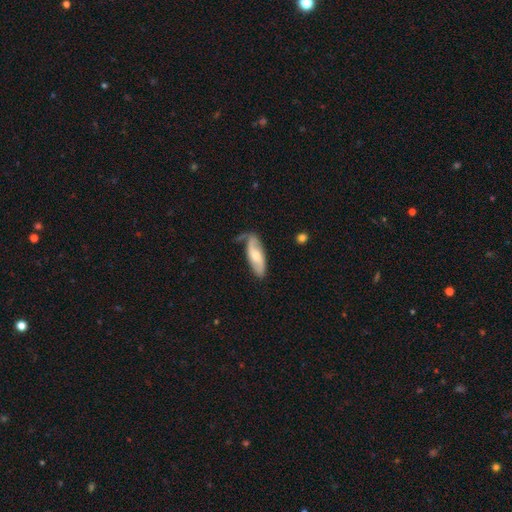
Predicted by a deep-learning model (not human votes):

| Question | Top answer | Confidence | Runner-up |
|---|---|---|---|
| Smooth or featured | featured or disk | 51% | smooth (44%) |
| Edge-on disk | no | 81% | yes (19%) |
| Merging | none | 56% | minor disturbance (29%) |